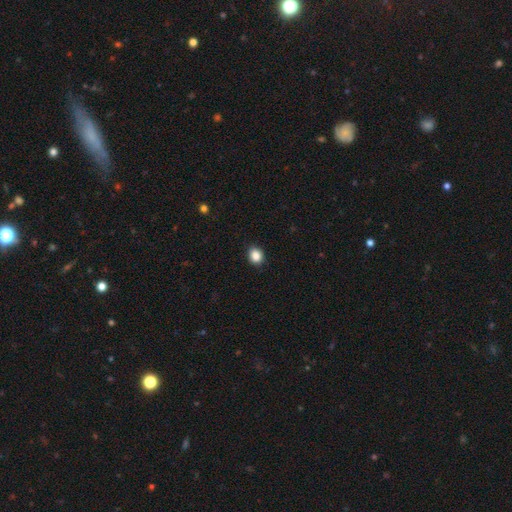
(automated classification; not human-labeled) smooth_or_featured: smooth (p=0.87) [alt: star or artifact p=0.09]
how_rounded: round (p=0.59) [alt: in between p=0.40]
merging: none (p=0.90) [alt: minor disturbance p=0.07]